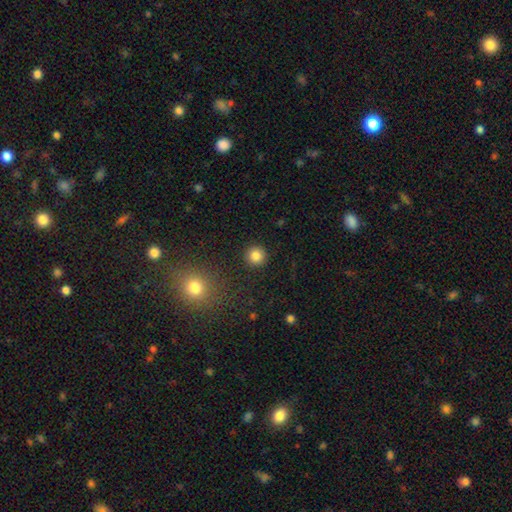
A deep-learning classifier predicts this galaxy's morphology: This is clearly a smooth galaxy (84%). How rounded: clearly round (95%). Merging: clearly none (92%).